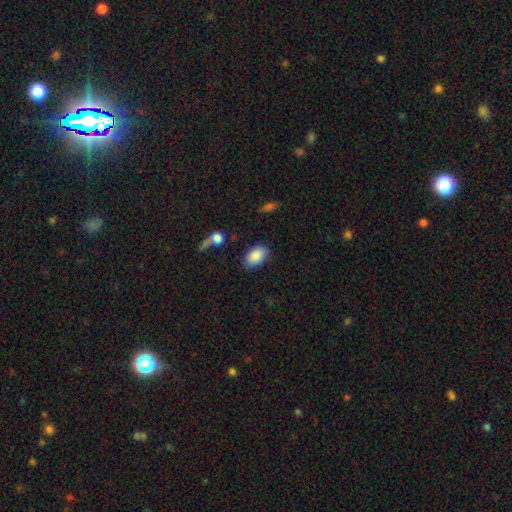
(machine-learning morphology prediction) Smooth or featured? smooth (87%)
How rounded? in between (92%)
Merging? none (80%)